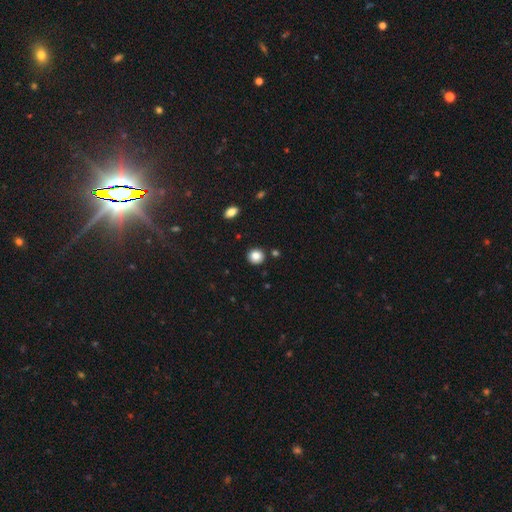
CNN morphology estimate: This appears to be a smooth galaxy with no disk features (86%) that is round (89%). Merging: none (89%).